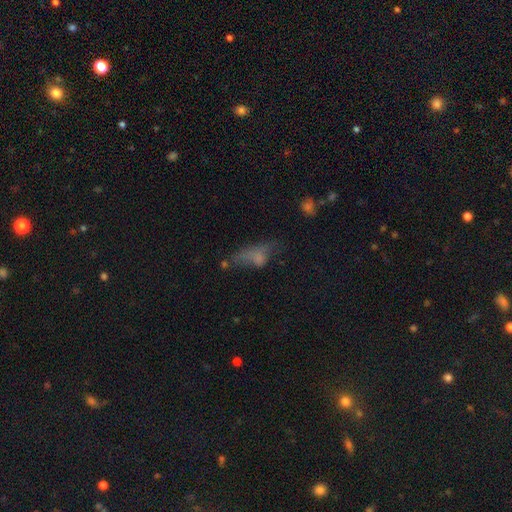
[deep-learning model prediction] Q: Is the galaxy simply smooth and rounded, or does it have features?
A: smooth — 54%.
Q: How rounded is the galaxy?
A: in between — 65%.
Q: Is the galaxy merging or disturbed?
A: major disturbance — 36%.